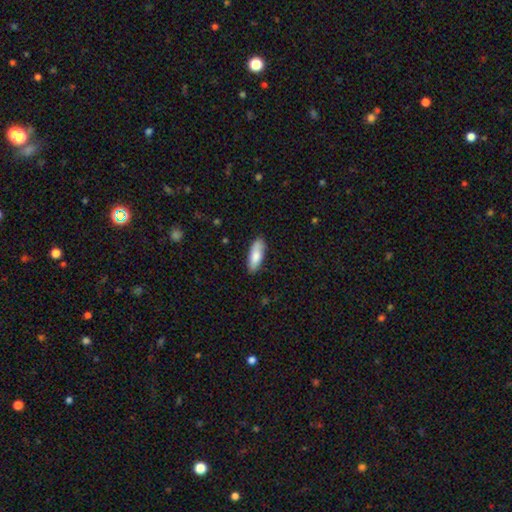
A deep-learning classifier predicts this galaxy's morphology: This appears to be a smooth galaxy with no disk features (82%) that is in between round and cigar-shaped (66%). Merging: none (84%).